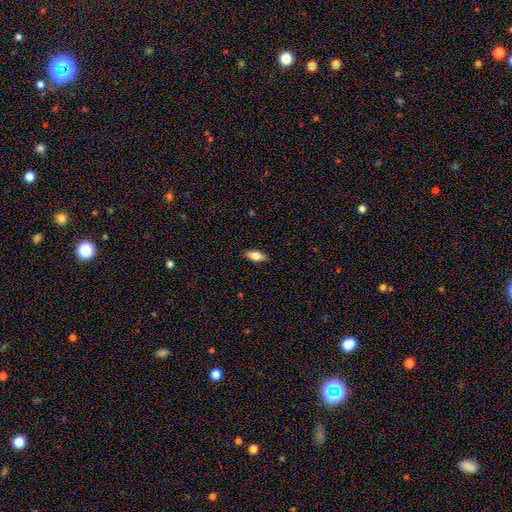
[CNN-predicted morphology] Smooth or featured? Predicted: smooth (p=0.73). How rounded? Predicted: in between (p=0.82). Merging? Predicted: none (p=0.88).